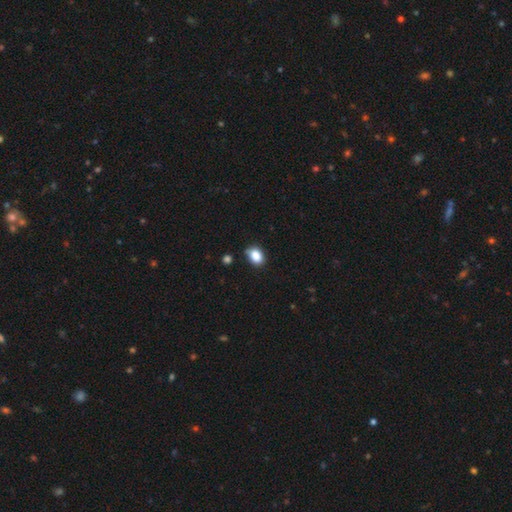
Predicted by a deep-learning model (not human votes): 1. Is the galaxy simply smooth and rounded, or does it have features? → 86% smooth, 10% star or artifact, 4% featured or disk.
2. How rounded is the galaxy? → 72% in between, 27% round, 1% cigar-shaped.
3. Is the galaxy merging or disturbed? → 67% none, 23% minor disturbance, 5% merger, 4% major disturbance.